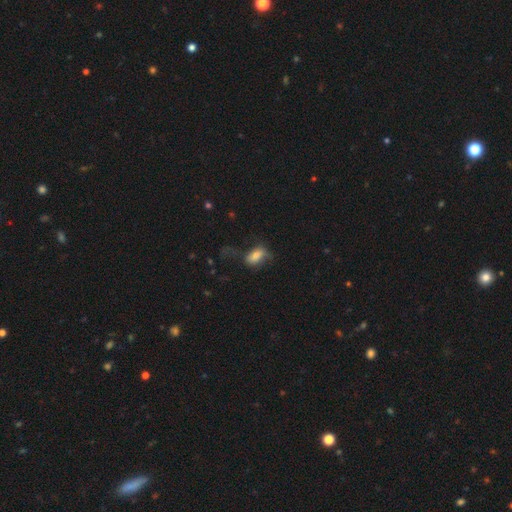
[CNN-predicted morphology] The model was most divided on "merging": none: 37%, major disturbance: 32%, minor disturbance: 27%, merger: 4%. More confident: how rounded — in between (89%); smooth or featured — smooth (74%).